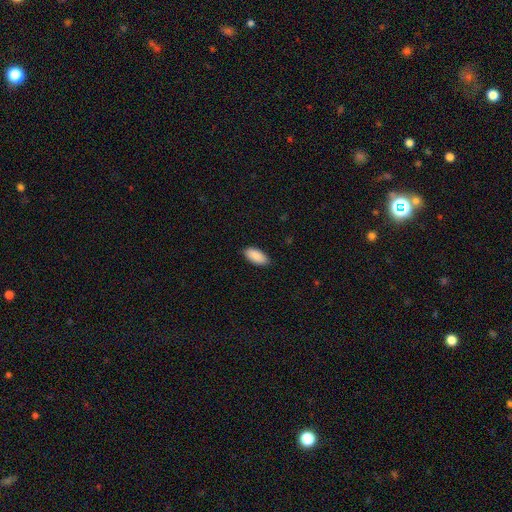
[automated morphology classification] A smooth galaxy with no disk features (91%) that is in between round and cigar-shaped (92%).

Vote fractions:
- Smooth or featured? smooth: 91% / star or artifact: 6% / featured or disk: 4%
- How rounded? in between: 92% / cigar-shaped: 6% / round: 2%
- Merging? none: 88% / minor disturbance: 9% / major disturbance: 2% / merger: 1%